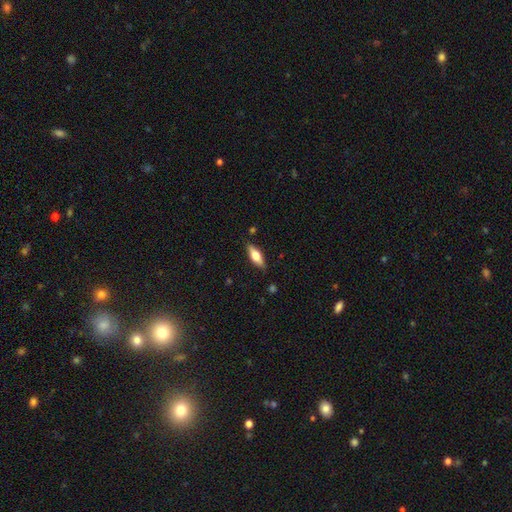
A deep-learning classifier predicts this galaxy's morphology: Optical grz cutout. It shows a smooth galaxy with no disk features (53%) that is in between round and cigar-shaped (61%). Merging: none (85%).